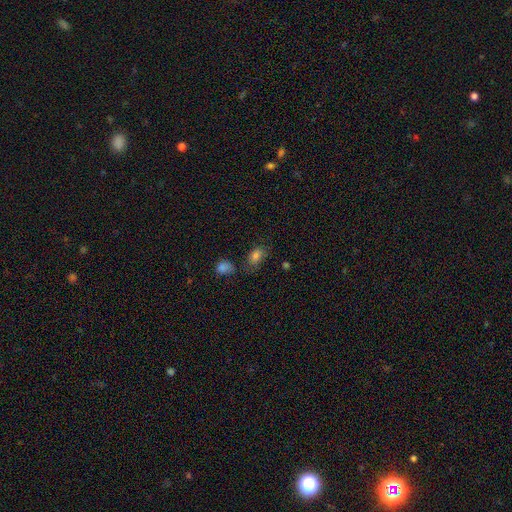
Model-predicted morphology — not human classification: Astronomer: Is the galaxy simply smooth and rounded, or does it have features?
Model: smooth — 80%.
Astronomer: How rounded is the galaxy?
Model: in between — 84%.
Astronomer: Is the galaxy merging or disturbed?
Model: none — 62%.